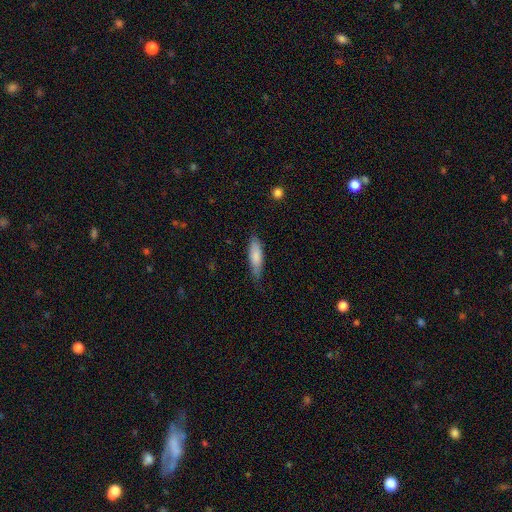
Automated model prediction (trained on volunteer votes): Smooth or featured: smooth — 82% (featured or disk — 13%)
How rounded: cigar-shaped — 51% (in between — 47%)
Merging: none — 69% (minor disturbance — 25%)